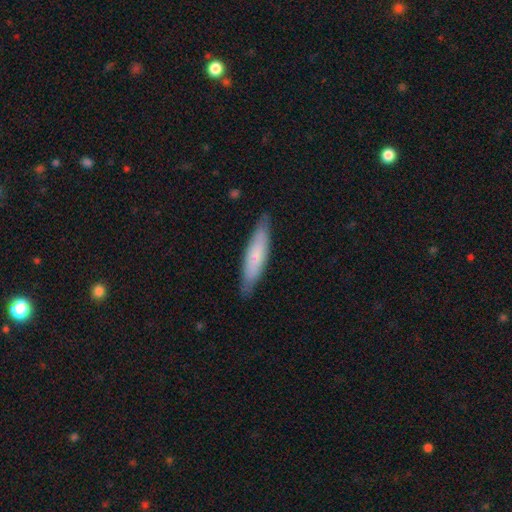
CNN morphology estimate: type=smooth (72%); roundness=cigar-shaped (79%); merging=none (85%).